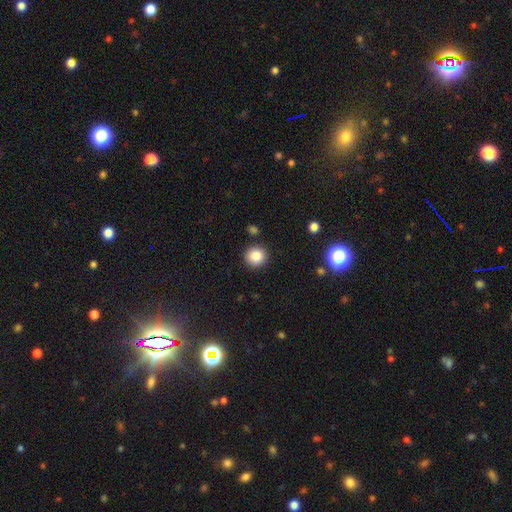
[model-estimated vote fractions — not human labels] smooth_or_featured: smooth (p=0.86) [alt: star or artifact p=0.10]
how_rounded: round (p=0.92) [alt: in between p=0.07]
merging: none (p=0.89) [alt: minor disturbance p=0.07]